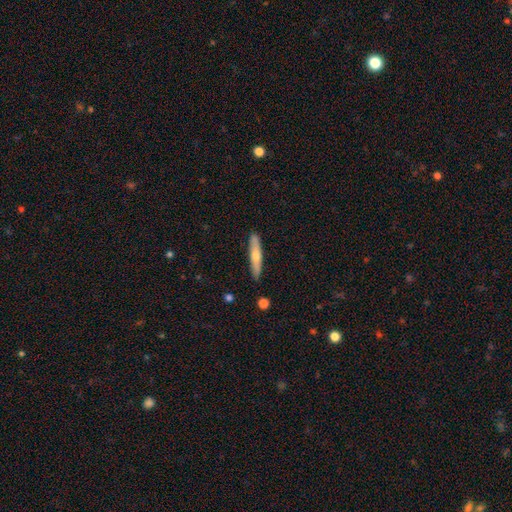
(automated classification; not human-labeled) Overall: smooth (48%; featured or disk 46%). Merging: none (89%).